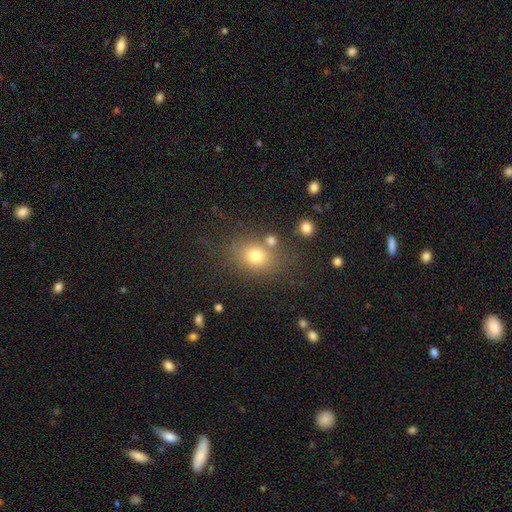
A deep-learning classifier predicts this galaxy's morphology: A smooth galaxy with no disk features (73%) that is round (50%).

Vote fractions:
- Smooth or featured? smooth: 73% / star or artifact: 16% / featured or disk: 11%
- How rounded? round: 50% / in between: 49% / cigar-shaped: 1%
- Merging? none: 71% / minor disturbance: 13% / merger: 11% / major disturbance: 5%